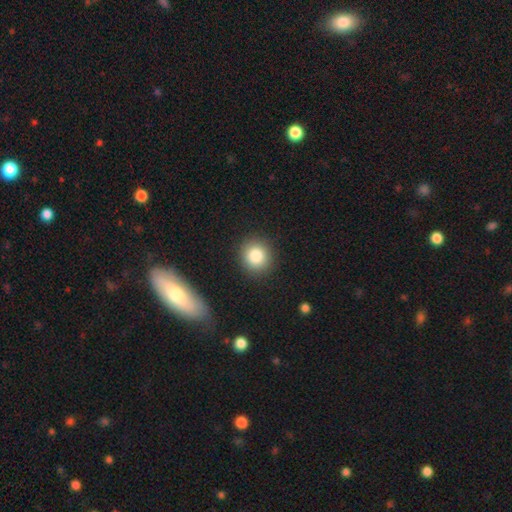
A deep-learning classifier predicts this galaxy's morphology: Smooth or featured? smooth (83%)
How rounded? round (88%)
Merging? none (89%)